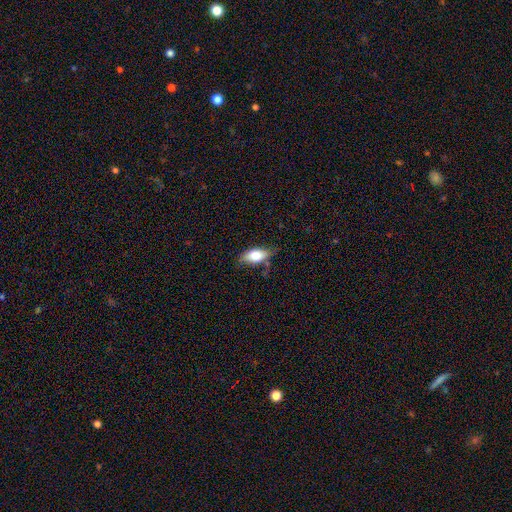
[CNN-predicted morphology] Smooth or featured: smooth — 73% (featured or disk — 21%)
How rounded: in between — 87% (cigar-shaped — 9%)
Merging: none — 61% (minor disturbance — 28%)